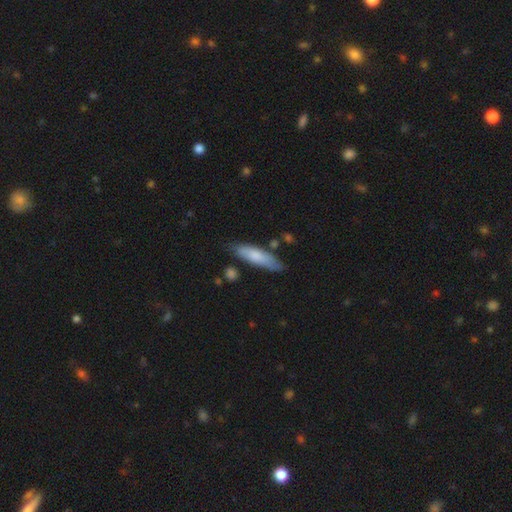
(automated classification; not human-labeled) Morphology: type=smooth (74%); roundness=cigar-shaped (63%); merging=none (69%).